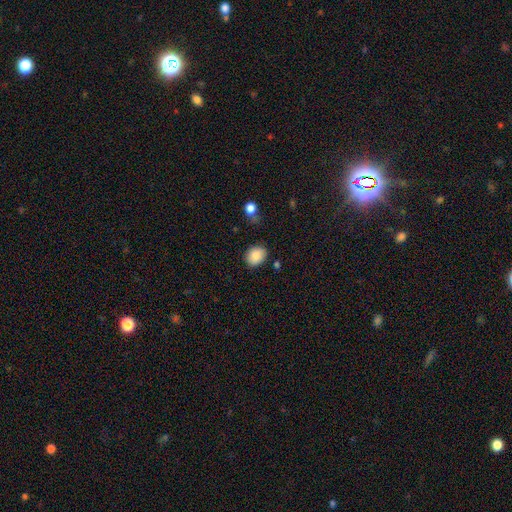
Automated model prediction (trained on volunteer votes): Smooth or featured? smooth (87%)
How rounded? round (51%)
Merging? none (80%)